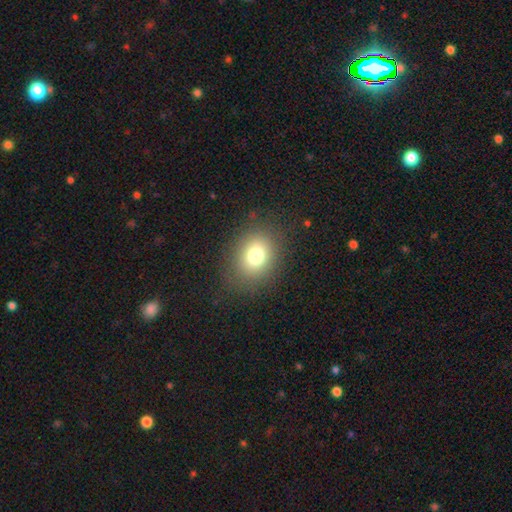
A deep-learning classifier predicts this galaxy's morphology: Smooth or featured?
  - smooth: 75% *
  - star or artifact: 14%
  - featured or disk: 11%
How rounded?
  - round: 52% *
  - in between: 47%
  - cigar-shaped: 1%
Merging?
  - none: 84% *
  - minor disturbance: 10%
  - major disturbance: 5%
  - merger: 1%